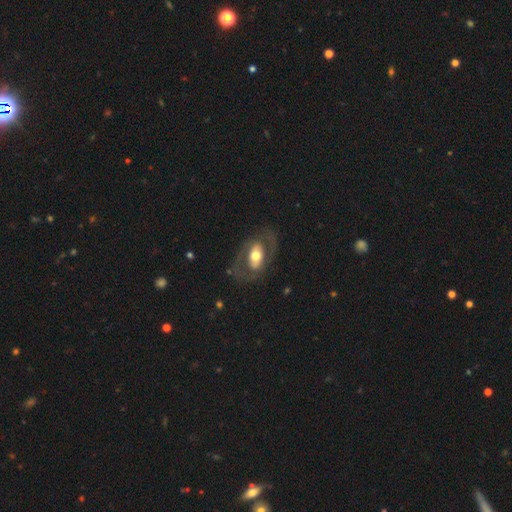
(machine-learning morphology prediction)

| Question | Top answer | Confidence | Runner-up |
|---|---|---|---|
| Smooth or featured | featured or disk | 64% | smooth (31%) |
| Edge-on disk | no | 92% | yes (8%) |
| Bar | no | 54% | weak (26%) |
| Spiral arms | no | 55% | yes (45%) |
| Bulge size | moderate | 62% | large (28%) |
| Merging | none | 70% | minor disturbance (15%) |